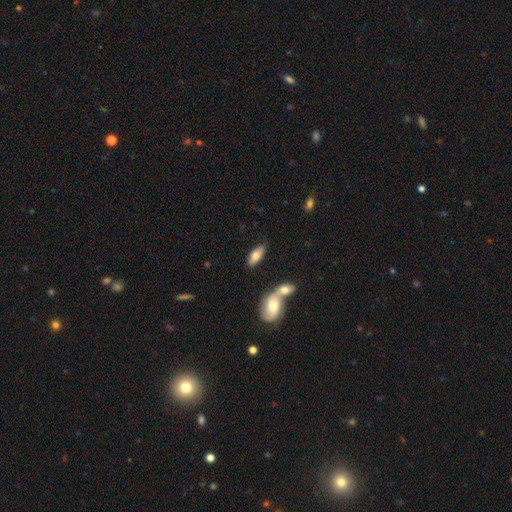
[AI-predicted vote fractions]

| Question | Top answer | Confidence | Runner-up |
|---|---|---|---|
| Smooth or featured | smooth | 71% | featured or disk (23%) |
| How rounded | in between | 82% | cigar-shaped (16%) |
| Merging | none | 66% | merger (19%) |